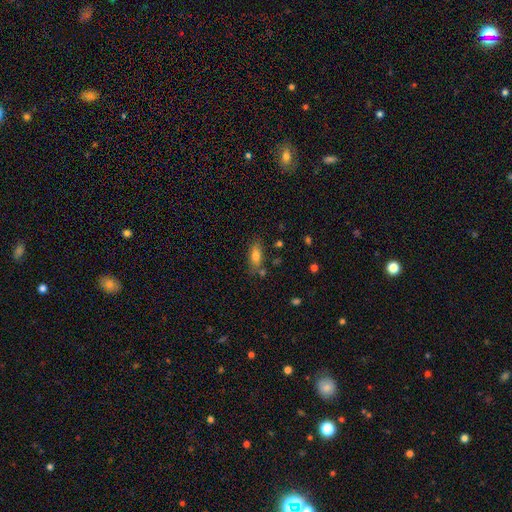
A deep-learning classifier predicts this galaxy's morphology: Smooth or featured? smooth (79%)
How rounded? in between (79%)
Merging? none (71%)